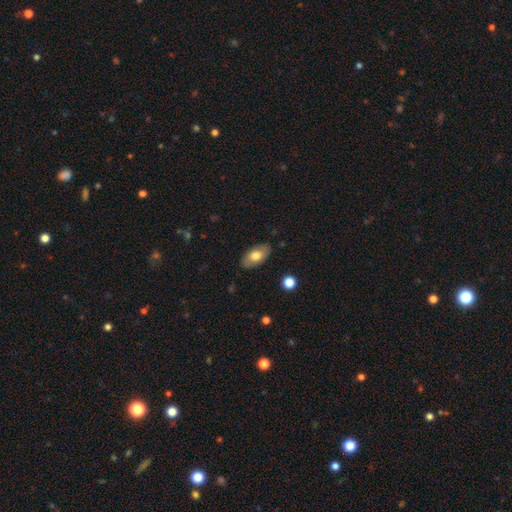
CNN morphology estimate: smooth_or_featured: smooth (p=0.69) [alt: featured or disk p=0.25]
how_rounded: in between (p=0.93) [alt: round p=0.04]
merging: none (p=0.85) [alt: minor disturbance p=0.11]